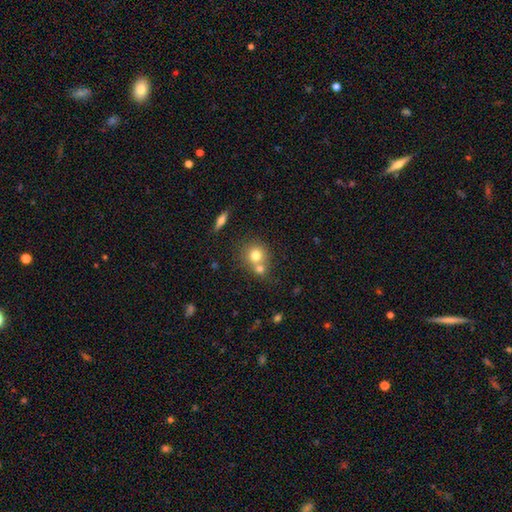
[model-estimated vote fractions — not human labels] A smooth galaxy with no disk features (73%) that is round (85%).

Vote fractions:
- Smooth or featured? smooth: 73% / featured or disk: 15% / star or artifact: 11%
- How rounded? round: 85% / in between: 14% / cigar-shaped: 1%
- Merging? merger: 48% / none: 42% / minor disturbance: 7% / major disturbance: 3%